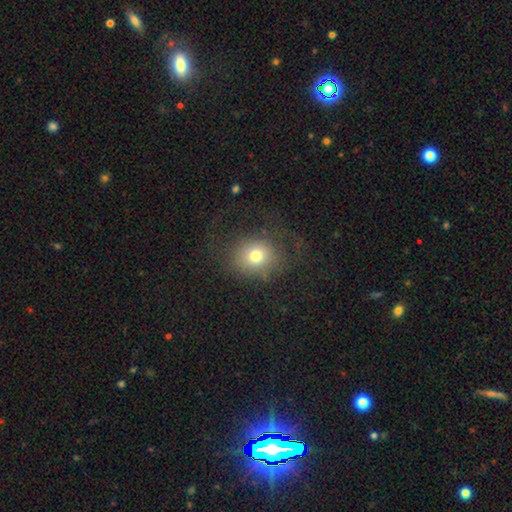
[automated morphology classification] Smooth or featured?
  - smooth: 72% *
  - featured or disk: 14%
  - star or artifact: 14%
How rounded?
  - round: 74% *
  - in between: 25%
  - cigar-shaped: 1%
Merging?
  - none: 66% *
  - major disturbance: 19%
  - minor disturbance: 14%
  - merger: 2%